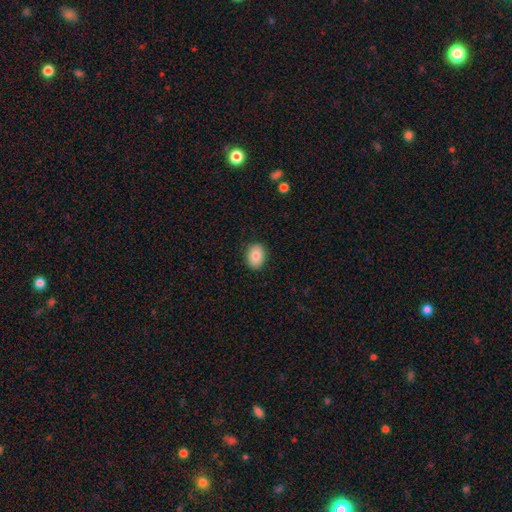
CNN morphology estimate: Smooth or featured? Predicted: smooth (p=0.84). How rounded? Predicted: in between (p=0.60). Merging? Predicted: none (p=0.89).